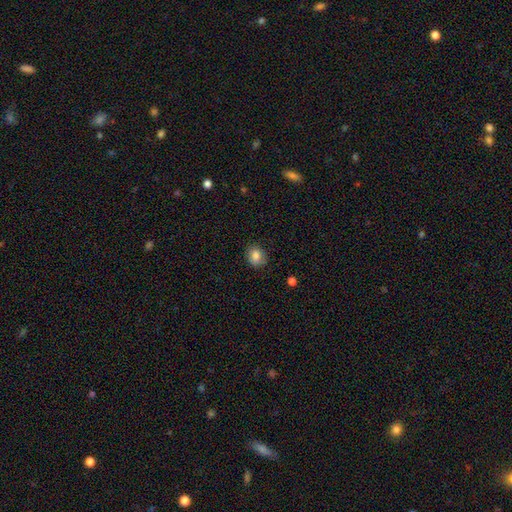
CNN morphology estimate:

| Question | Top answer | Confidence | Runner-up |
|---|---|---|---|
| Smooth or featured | smooth | 82% | star or artifact (9%) |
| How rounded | round | 65% | in between (34%) |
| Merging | none | 85% | minor disturbance (12%) |